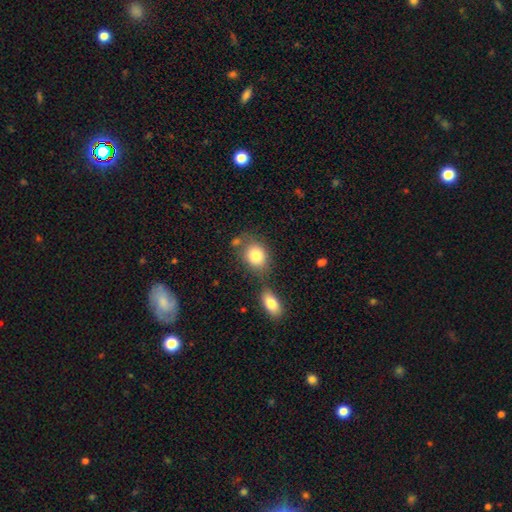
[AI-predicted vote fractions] Morphology: type=smooth (82%); roundness=in between (55%); merging=none (53%).